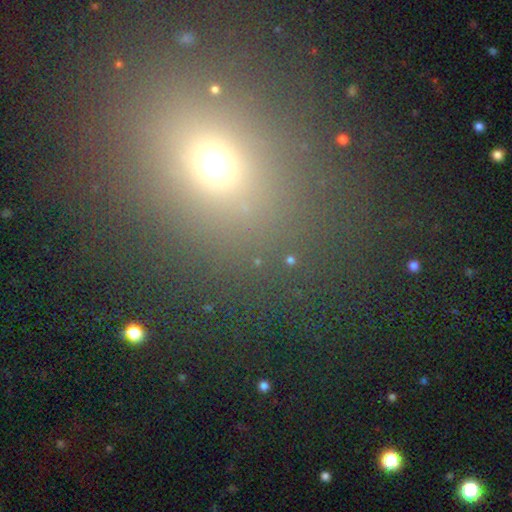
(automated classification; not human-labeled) Smooth or featured: smooth — 57% (star or artifact — 34%)
How rounded: round — 60% (in between — 38%)
Merging: none — 84% (minor disturbance — 8%)